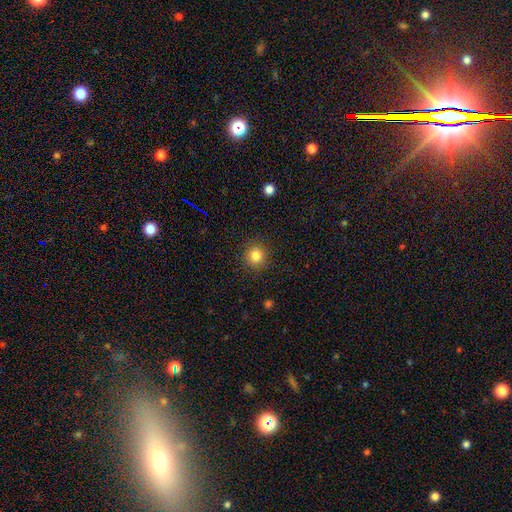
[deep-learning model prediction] Morphology: type=smooth (83%); roundness=round (92%); merging=none (90%).